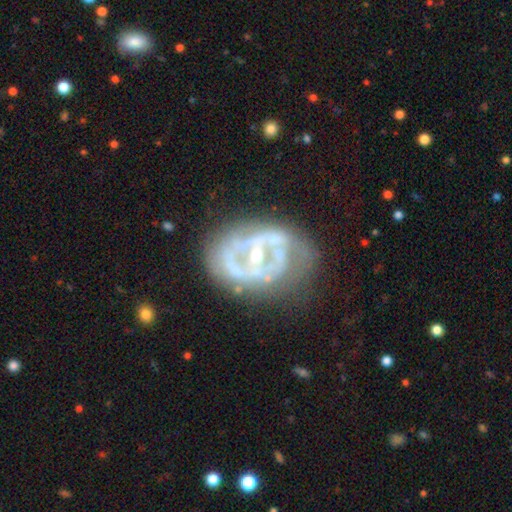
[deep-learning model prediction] The model was most divided on "bulge size": small: 49%, moderate: 46%, large: 2%, none: 2%, dominant: 1%. Remaining: edge-on disk — no (97%); smooth or featured — featured or disk (82%); spiral arms — yes (54%); merging — none (50%); bar — no (40%).